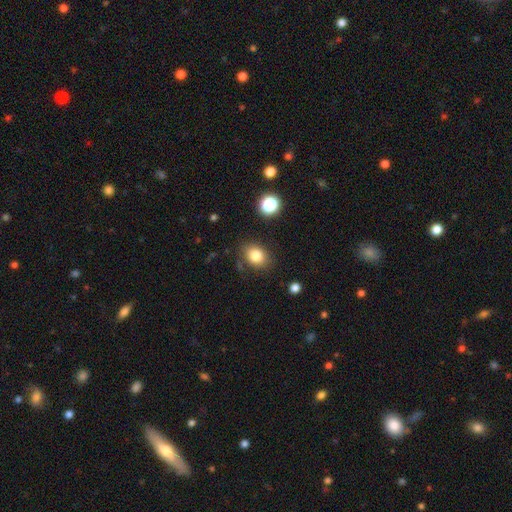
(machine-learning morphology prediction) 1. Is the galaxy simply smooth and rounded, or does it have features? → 81% smooth, 11% star or artifact, 8% featured or disk.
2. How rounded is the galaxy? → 60% in between, 39% round, 1% cigar-shaped.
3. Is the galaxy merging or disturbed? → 81% none, 13% minor disturbance, 4% major disturbance, 3% merger.